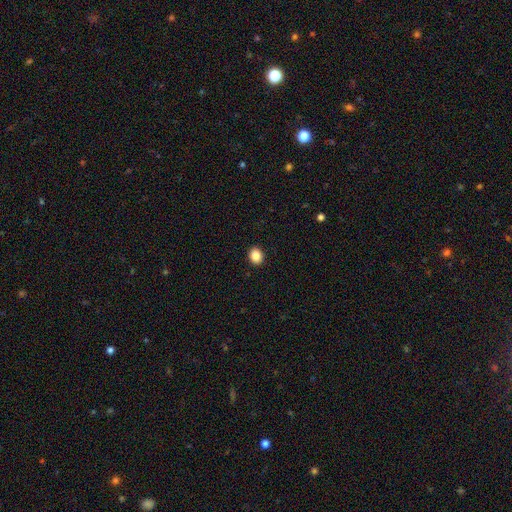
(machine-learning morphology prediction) A smooth galaxy with no disk features (87%) that is round (60%). Merging: none (92%).